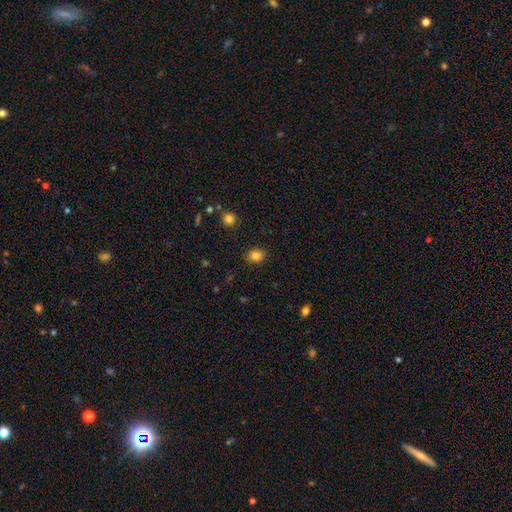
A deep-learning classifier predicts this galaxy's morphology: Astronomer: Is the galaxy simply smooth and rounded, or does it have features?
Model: smooth — 84%.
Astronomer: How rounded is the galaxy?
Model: round — 57% (runner-up: in between, 42%).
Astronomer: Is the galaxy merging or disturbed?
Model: none — 89%.